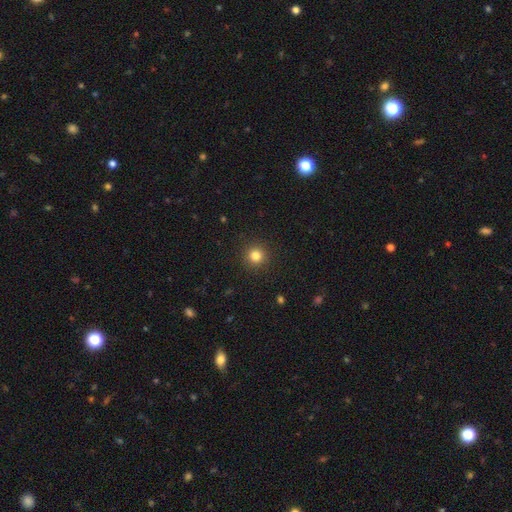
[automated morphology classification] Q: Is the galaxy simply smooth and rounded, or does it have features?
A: smooth — 82%.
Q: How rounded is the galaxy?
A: round — 95%.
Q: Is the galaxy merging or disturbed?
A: none — 92%.